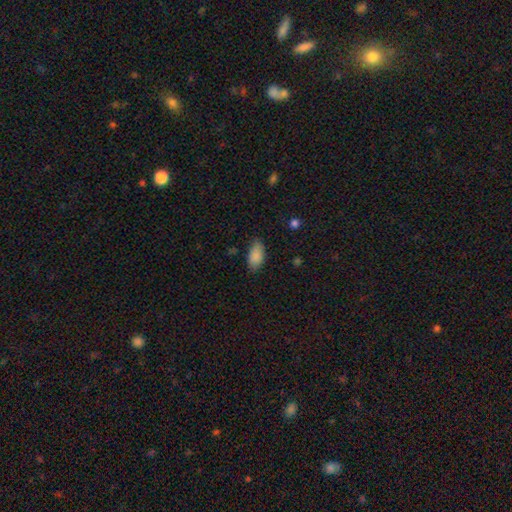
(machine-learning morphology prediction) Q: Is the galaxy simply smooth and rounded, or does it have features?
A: smooth — 88%.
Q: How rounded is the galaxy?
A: in between — 92%.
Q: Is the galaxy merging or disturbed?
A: none — 77%.